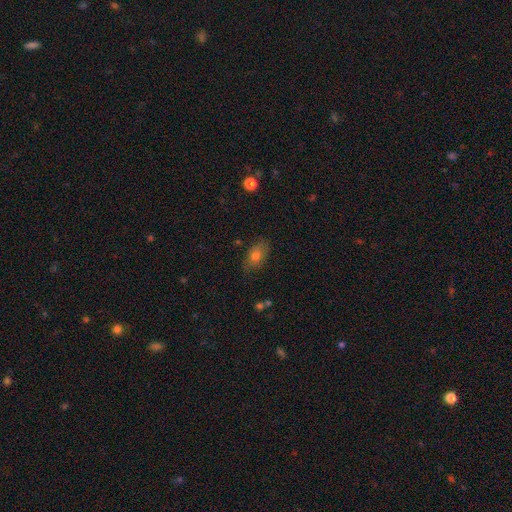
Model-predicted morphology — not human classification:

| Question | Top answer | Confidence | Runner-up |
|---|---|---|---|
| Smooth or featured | smooth | 74% | featured or disk (16%) |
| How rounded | in between | 85% | round (11%) |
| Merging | none | 78% | minor disturbance (17%) |